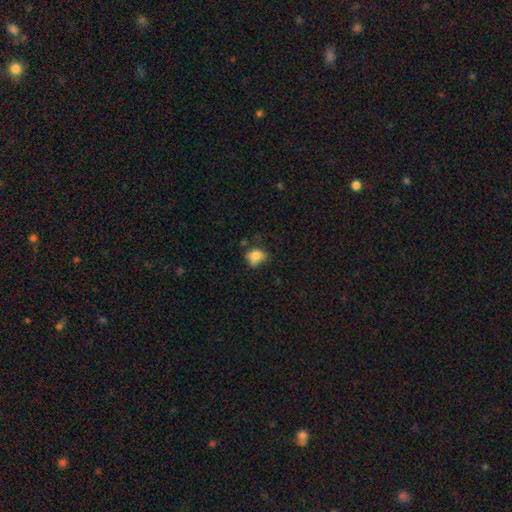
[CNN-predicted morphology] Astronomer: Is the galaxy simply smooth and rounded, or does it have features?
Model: smooth — 78%.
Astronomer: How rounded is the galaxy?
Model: in between — 57% (runner-up: round, 42%).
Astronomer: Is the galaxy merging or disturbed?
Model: none — 44% (runner-up: minor disturbance, 35%).